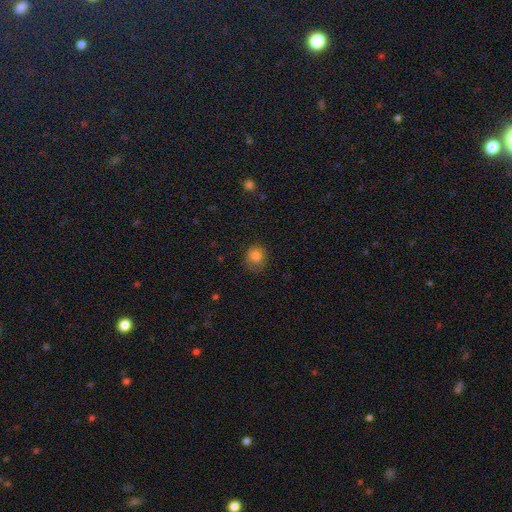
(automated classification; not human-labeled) Smooth or featured: smooth — 80% (star or artifact — 11%)
How rounded: round — 78% (in between — 21%)
Merging: none — 67% (minor disturbance — 23%)